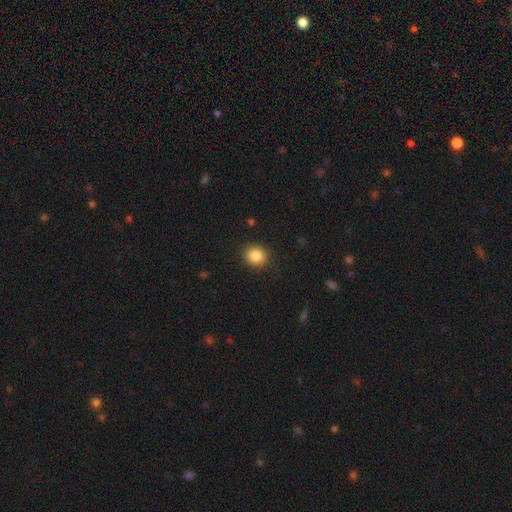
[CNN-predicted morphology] A smooth galaxy with no disk features (86%) that is round (81%). Merging: none (88%).